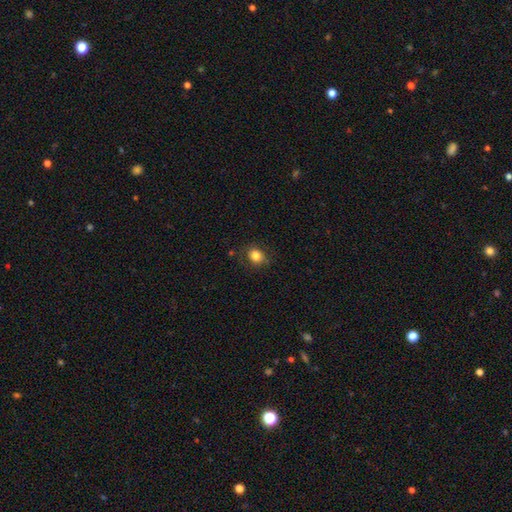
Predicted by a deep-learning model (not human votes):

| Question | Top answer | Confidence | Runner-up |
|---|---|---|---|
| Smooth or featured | smooth | 82% | star or artifact (11%) |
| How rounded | round | 62% | in between (37%) |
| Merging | none | 80% | minor disturbance (14%) |